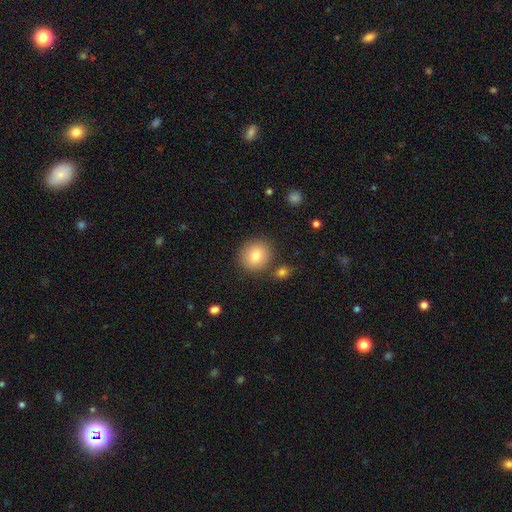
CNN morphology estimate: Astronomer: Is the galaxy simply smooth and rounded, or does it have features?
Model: smooth — 80%.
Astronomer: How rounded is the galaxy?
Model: round — 87%.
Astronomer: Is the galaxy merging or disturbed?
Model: none — 81%.